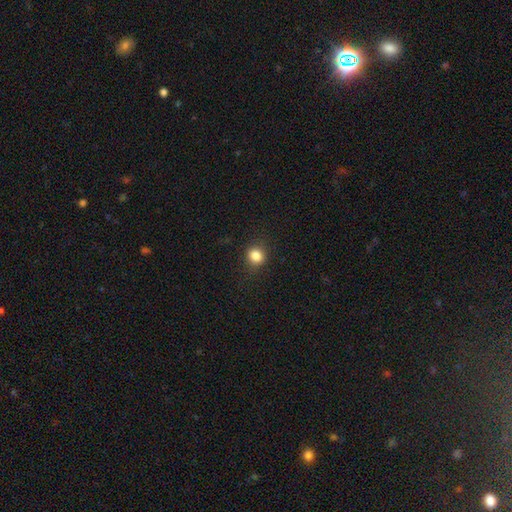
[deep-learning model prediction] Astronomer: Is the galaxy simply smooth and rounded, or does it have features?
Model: smooth — 84%.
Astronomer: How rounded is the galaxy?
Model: round — 84%.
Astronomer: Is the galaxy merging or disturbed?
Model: none — 88%.